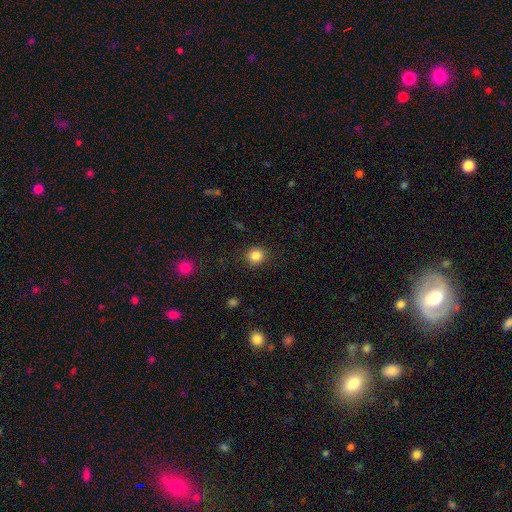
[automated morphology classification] A smooth galaxy with no disk features (85%) that is round (89%). Merging: none (89%).